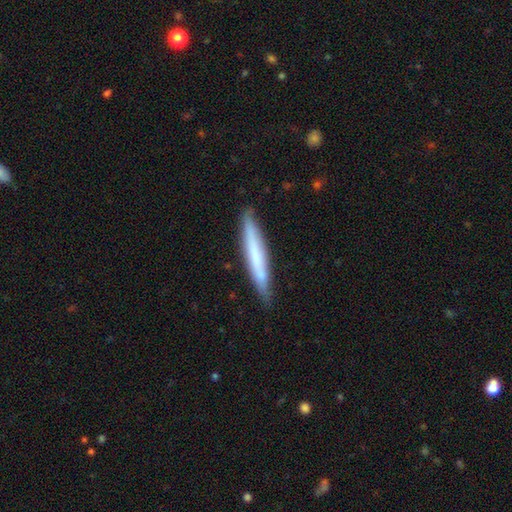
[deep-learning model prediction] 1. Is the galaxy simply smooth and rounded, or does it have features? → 60% smooth, 34% featured or disk, 6% star or artifact.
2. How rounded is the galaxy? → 95% cigar-shaped, 4% in between, 1% round.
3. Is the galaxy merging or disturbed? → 86% none, 11% minor disturbance, 2% major disturbance, 1% merger.